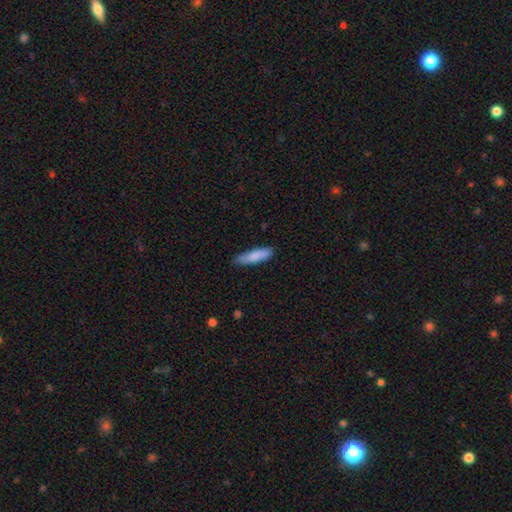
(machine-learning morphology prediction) smooth_or_featured: smooth (p=0.85) [alt: featured or disk p=0.09]
how_rounded: cigar-shaped (p=0.64) [alt: in between p=0.35]
merging: none (p=0.76) [alt: minor disturbance p=0.20]